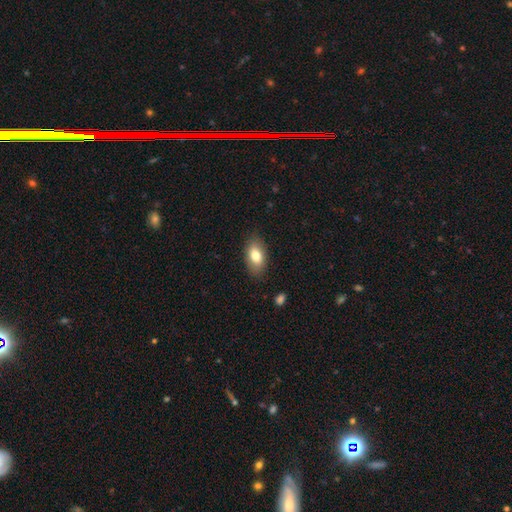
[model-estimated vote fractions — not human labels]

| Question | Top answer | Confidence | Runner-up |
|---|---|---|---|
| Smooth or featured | smooth | 79% | featured or disk (14%) |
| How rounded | in between | 91% | round (5%) |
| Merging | none | 85% | minor disturbance (11%) |